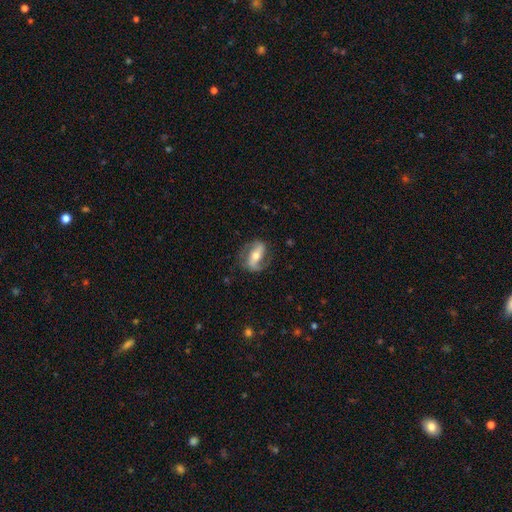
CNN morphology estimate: featured or disk 75%, smooth 19%, star or artifact 6%. Down the decision tree: edge-on disk — no (91%); bar — strong (55%); spiral arms — yes (86%); spiral arm count — 2 (86%); spiral winding — loose (42%); bulge size — moderate (64%); merging — none (74%).